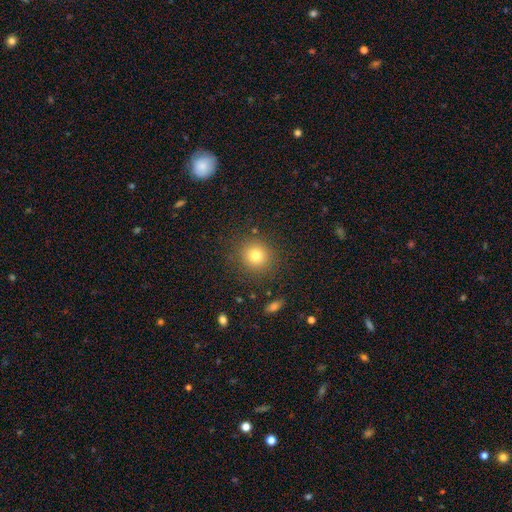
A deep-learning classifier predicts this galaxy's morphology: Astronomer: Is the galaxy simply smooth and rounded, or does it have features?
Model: smooth — 79%.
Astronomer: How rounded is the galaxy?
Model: round — 88%.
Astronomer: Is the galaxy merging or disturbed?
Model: none — 87%.